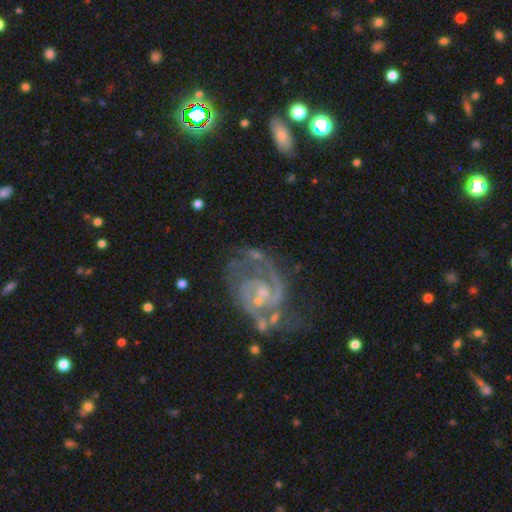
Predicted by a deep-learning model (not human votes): smooth-or-featured: featured or disk: 88% | star or artifact: 6% | smooth: 5%
  disk-edge-on: no: 98% | yes: 2%
    bar: no: 48% | weak: 43% | strong: 10%
    has-spiral-arms: yes: 95% | no: 5%
      spiral-winding: medium: 48% | tight: 39% | loose: 13%
      spiral-arm-count: 2: 73% | can't tell: 9% | 1: 7% | 3: 7% | 4: 2% | more than 4: 2%
    bulge-size: small: 59% | moderate: 26% | none: 12% | large: 2% | dominant: 1%
  merging: none: 50% | minor disturbance: 21% | major disturbance: 20% | merger: 9%